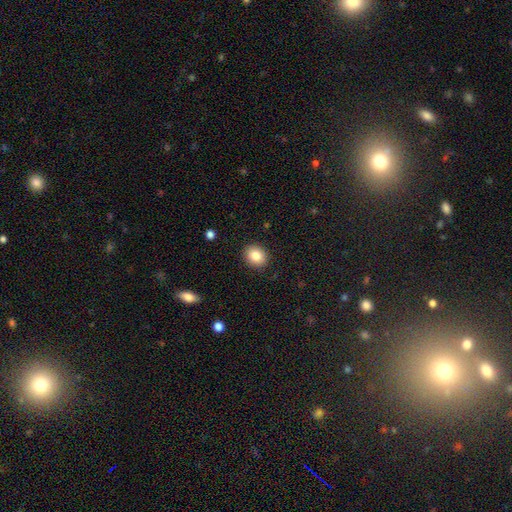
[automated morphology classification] smooth_or_featured: smooth (p=0.85) [alt: star or artifact p=0.09]
how_rounded: round (p=0.60) [alt: in between p=0.39]
merging: none (p=0.90) [alt: minor disturbance p=0.07]